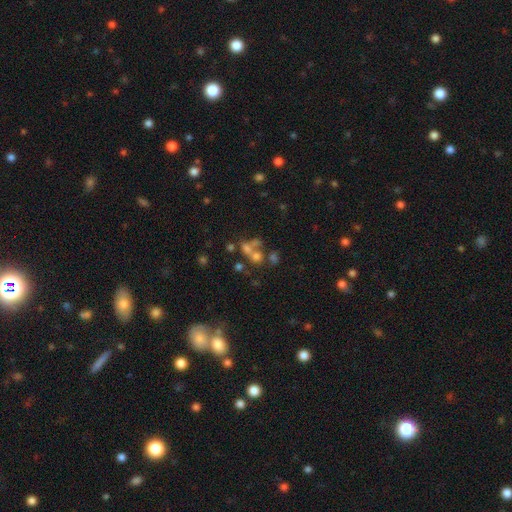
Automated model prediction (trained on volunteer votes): smooth 42%, star or artifact 32%, featured or disk 26%. Down the decision tree: merging — merger (44%).